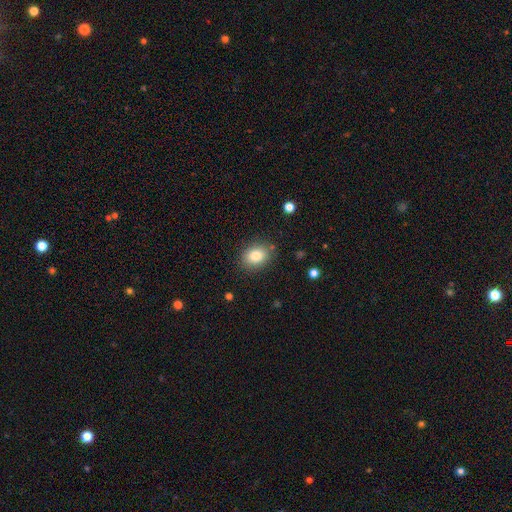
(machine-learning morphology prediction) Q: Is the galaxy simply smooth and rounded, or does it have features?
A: smooth — 82%.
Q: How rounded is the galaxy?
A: in between — 64%.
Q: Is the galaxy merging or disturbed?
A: none — 84%.